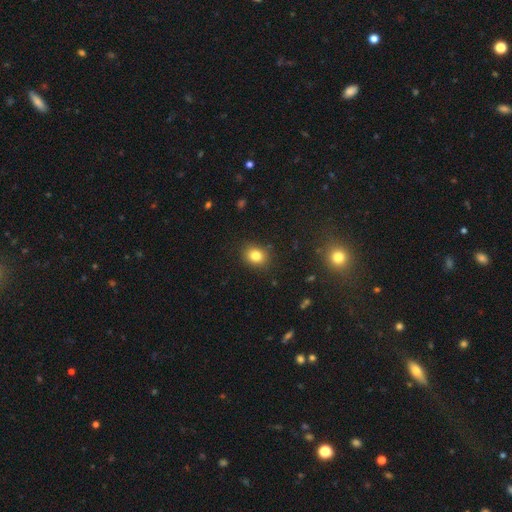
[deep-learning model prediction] This appears to be a smooth galaxy with no disk features (81%) that is round (56%). Merging: none (87%).